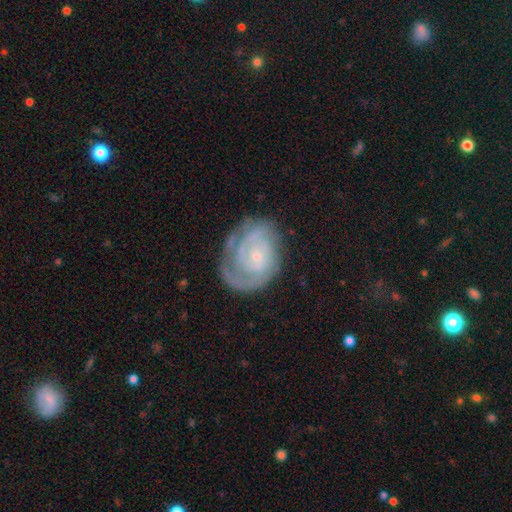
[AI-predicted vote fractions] This appears to be a featured or disk galaxy (81%) with no bar (72%), 2 (33%) tight (68%) spiral arms (93%) and a small central bulge (76%). Merging: none (65%).